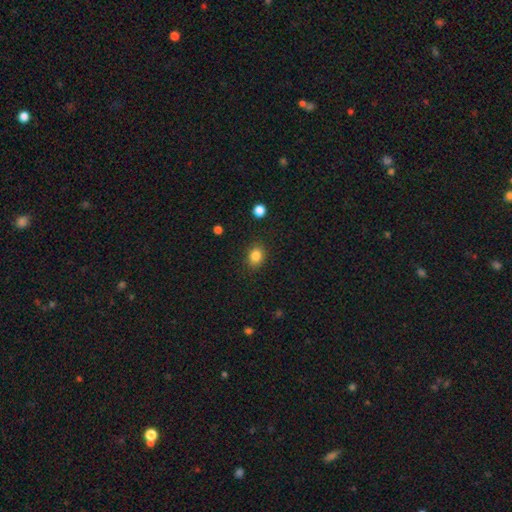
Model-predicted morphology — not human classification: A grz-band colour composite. It shows a smooth galaxy with no disk features (85%) that is round (52%). Merging: none (87%).